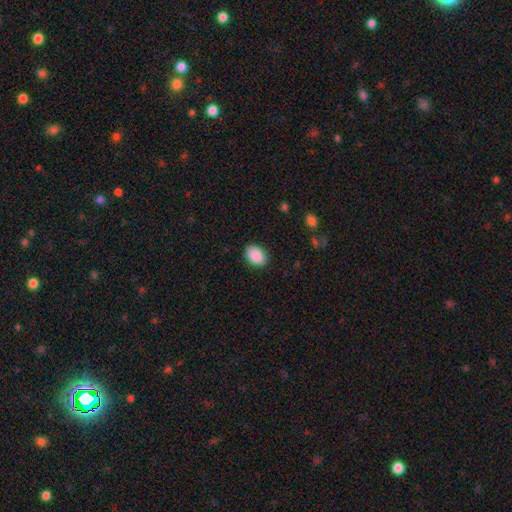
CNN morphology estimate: Smooth or featured: smooth — 89% (star or artifact — 7%)
How rounded: in between — 83% (round — 16%)
Merging: none — 85% (minor disturbance — 12%)